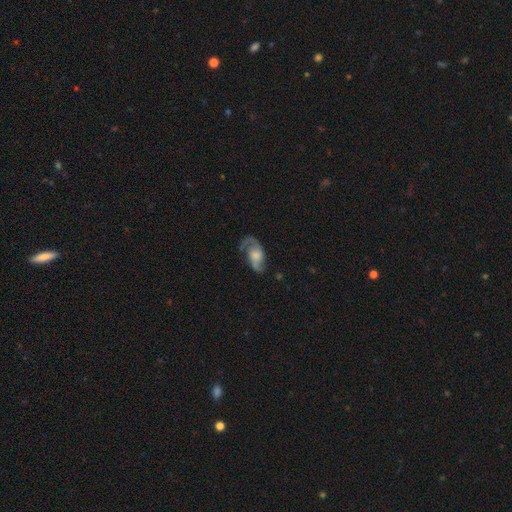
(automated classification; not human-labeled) A featured or disk galaxy (77%) with no bar (62%), 2 (79%) medium (43%, tied with loose) spiral arms (93%) and a moderate central bulge (37%).

Vote fractions:
- Smooth or featured? featured or disk: 77% / smooth: 17% / star or artifact: 6%
- Edge-on disk? no: 96% / yes: 4%
- Bar? no: 62% / weak: 32% / strong: 6%
- Spiral arms? yes: 93% / no: 7%
- Spiral winding? medium: 43% (tied) / loose: 43% (tied) / tight: 14%
- Spiral arm count? 2: 79% / 1: 14% / can't tell: 5% / 3: 1% / 4: 1% / more than 4: 1%
- Bulge size? moderate: 37% / small: 25% / large: 21% / none: 13% / dominant: 3%
- Merging? none: 58% / minor disturbance: 21% / major disturbance: 19% / merger: 2%